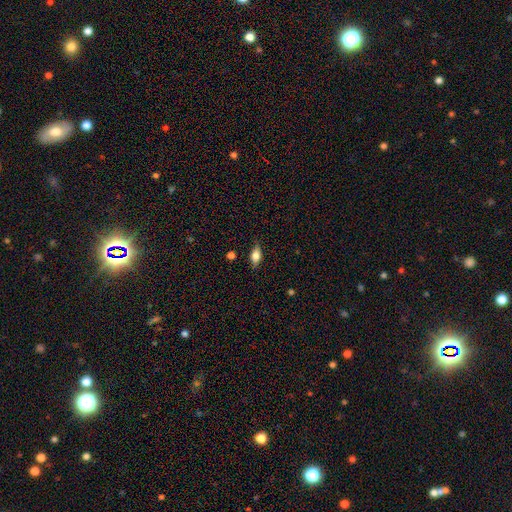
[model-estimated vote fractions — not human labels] Overall: smooth (61%; featured or disk 31%). How rounded: in between (78%). Merging: none (83%).